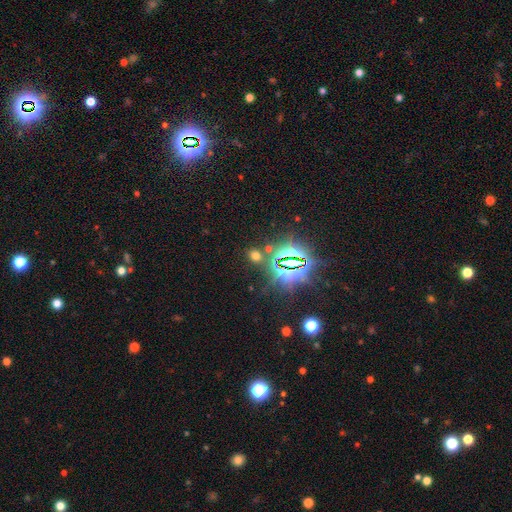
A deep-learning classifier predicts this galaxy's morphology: type=star or artifact (48%).